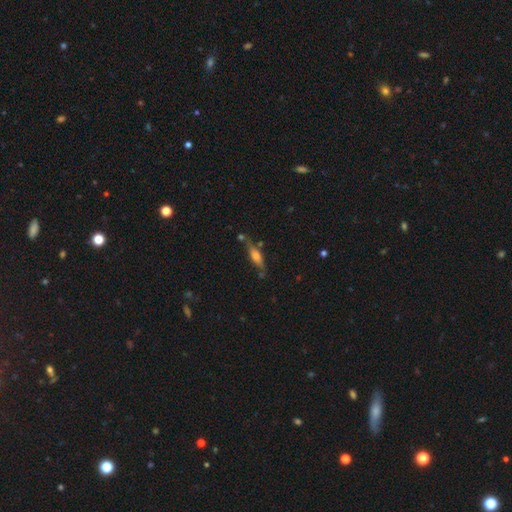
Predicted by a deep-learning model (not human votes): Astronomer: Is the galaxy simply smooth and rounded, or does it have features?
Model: smooth — 49% (runner-up: featured or disk, 42%).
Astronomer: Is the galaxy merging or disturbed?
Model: none — 66%.